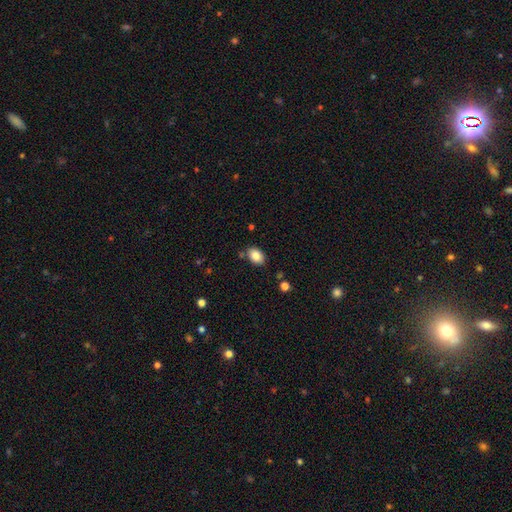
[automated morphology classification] The model was most divided on "how rounded": in between: 83%, round: 16%, cigar-shaped: 1%. More confident: smooth or featured — smooth (85%); merging — none (81%).